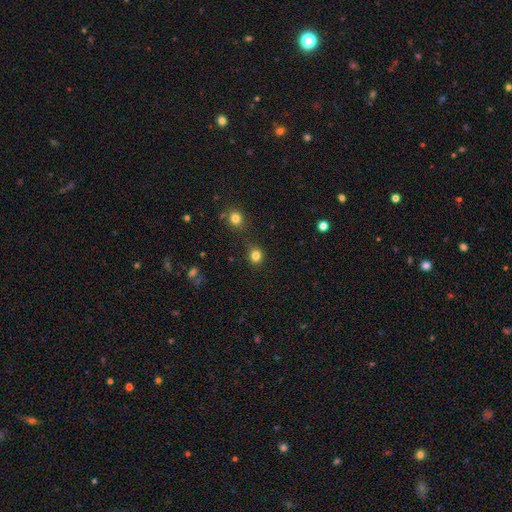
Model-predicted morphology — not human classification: Smooth or featured: smooth — 81% (star or artifact — 14%)
How rounded: round — 82% (in between — 17%)
Merging: none — 80% (minor disturbance — 11%)